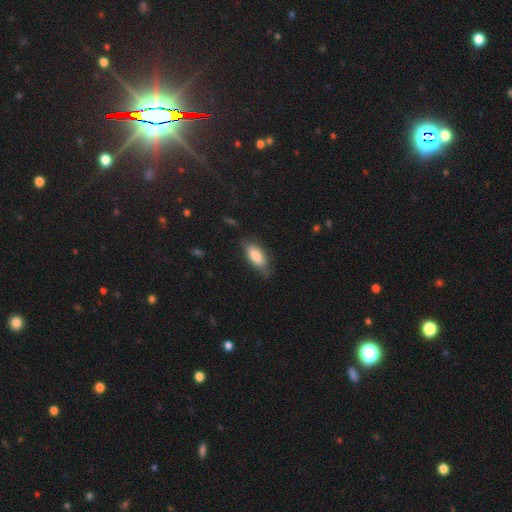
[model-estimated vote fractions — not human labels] Q: Smooth or featured?
A: smooth (81%); runner-up: featured or disk (13%)
Q: How rounded?
A: in between (78%); runner-up: cigar-shaped (20%)
Q: Merging?
A: none (72%); runner-up: minor disturbance (21%)